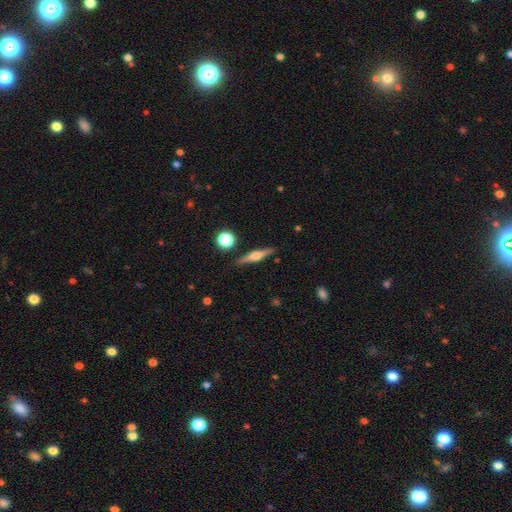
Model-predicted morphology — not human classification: A featured or disk galaxy (65%) viewed edge-on (97%) with a rounded central bulge (85%). Merging: none (88%).